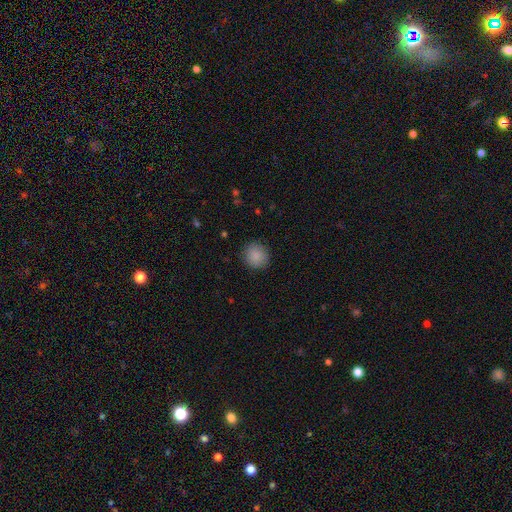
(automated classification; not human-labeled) A smooth galaxy with no disk features (88%) that is round (91%). Merging: none (89%).